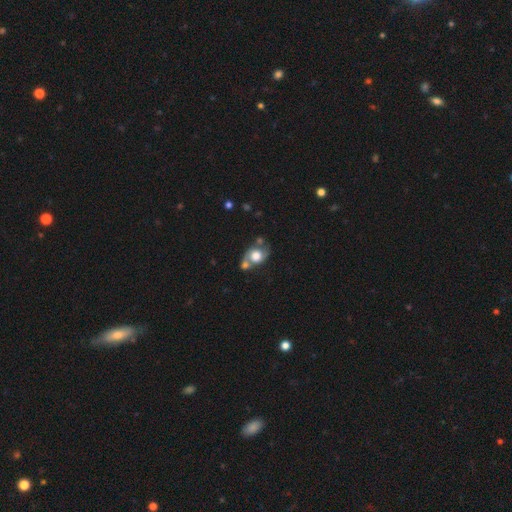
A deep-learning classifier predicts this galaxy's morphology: Smooth or featured? featured or disk (46%)
Merging? none (38%)